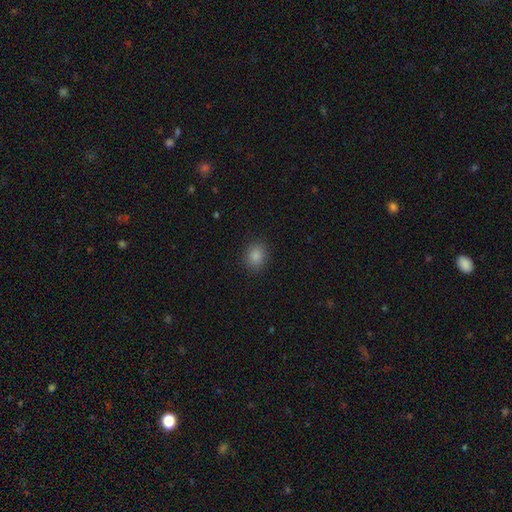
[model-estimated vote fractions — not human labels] smooth 86%, star or artifact 10%, featured or disk 4%. Down the decision tree: how rounded — round (60%); merging — none (89%).